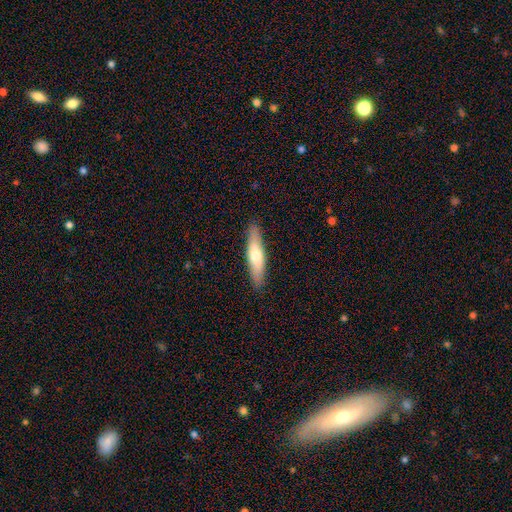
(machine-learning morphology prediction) Smooth or featured? smooth (60%)
How rounded? cigar-shaped (81%)
Merging? none (89%)